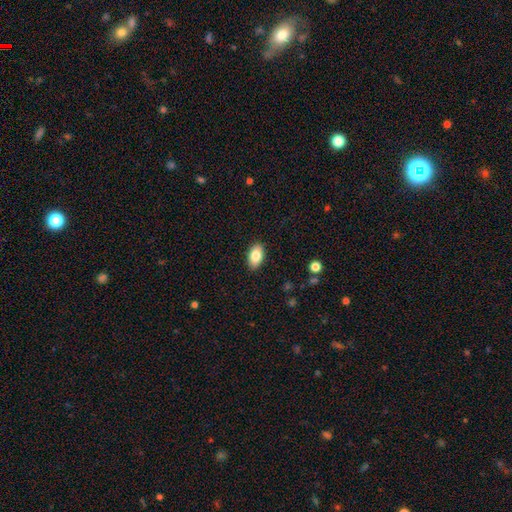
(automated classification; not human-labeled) smooth 84%, featured or disk 9%, star or artifact 7%. Down the decision tree: how rounded — in between (93%); merging — none (88%).